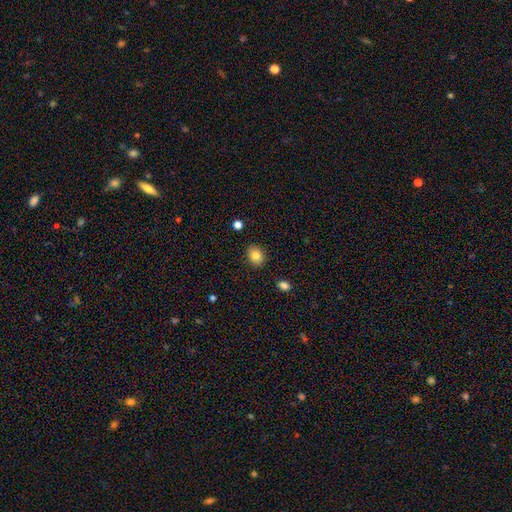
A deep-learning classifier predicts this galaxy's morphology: Overall: smooth (84%). How rounded: in between (56%; round 44%). Merging: none (88%).